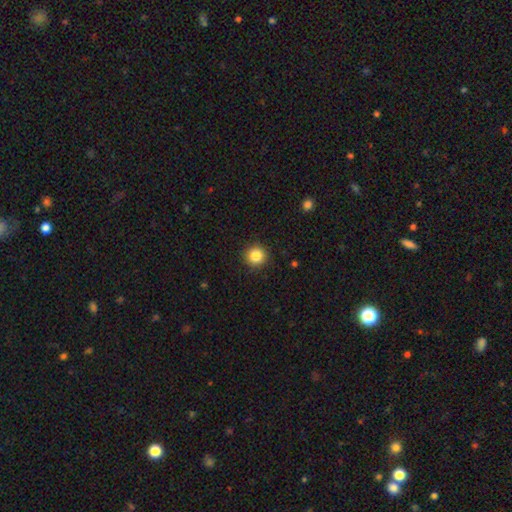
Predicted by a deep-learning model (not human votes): This appears to be a smooth galaxy with no disk features (85%) that is round (95%). Merging: none (92%).